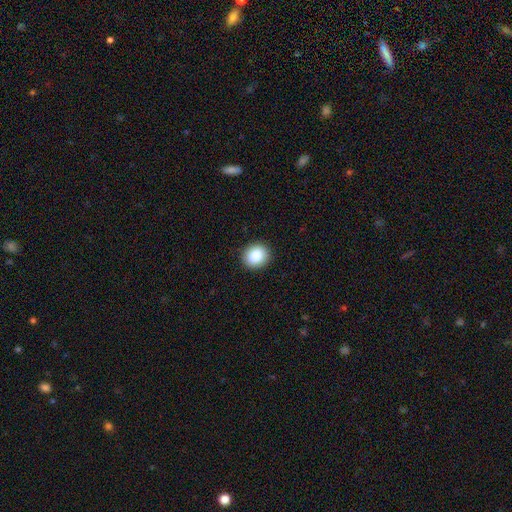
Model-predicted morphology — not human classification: Smooth or featured?
  - smooth: 85% *
  - star or artifact: 9%
  - featured or disk: 6%
How rounded?
  - round: 79% *
  - in between: 20%
  - cigar-shaped: 1%
Merging?
  - none: 92% *
  - minor disturbance: 6%
  - major disturbance: 2%
  - merger: 1%